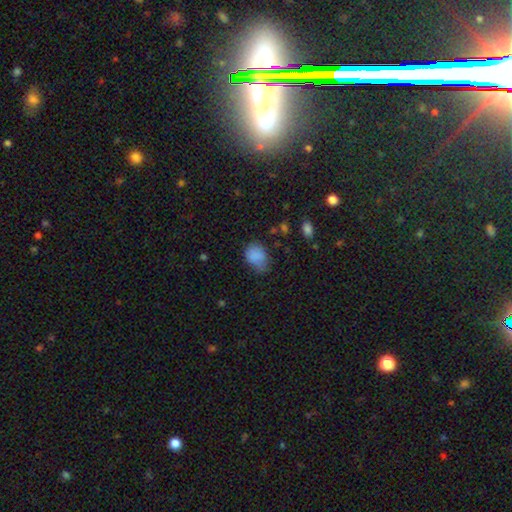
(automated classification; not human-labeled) smooth 82%, star or artifact 10%, featured or disk 7%. Down the decision tree: how rounded — in between (62%); merging — none (48%).